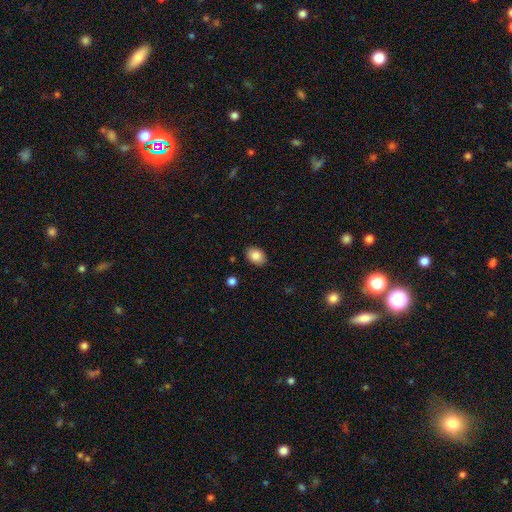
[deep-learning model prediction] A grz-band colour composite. It shows a smooth galaxy with no disk features (86%) that is in between round and cigar-shaped (75%). Merging: none (87%).